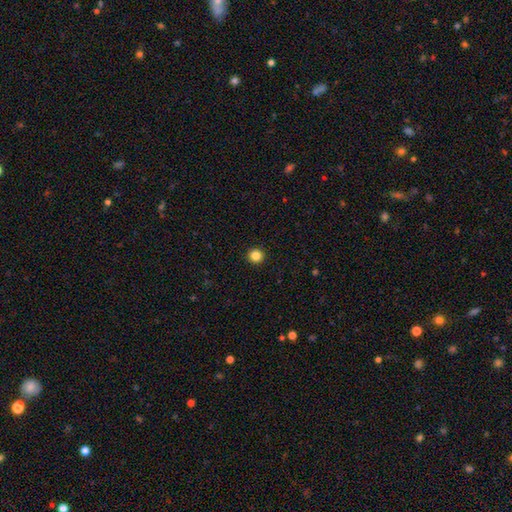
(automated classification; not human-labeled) A smooth galaxy with no disk features (85%) that is round (95%).

Vote fractions:
- Smooth or featured? smooth: 85% / star or artifact: 12% / featured or disk: 4%
- How rounded? round: 95% / in between: 4% / cigar-shaped: 1%
- Merging? none: 94% / minor disturbance: 4% / major disturbance: 1% / merger: 1%